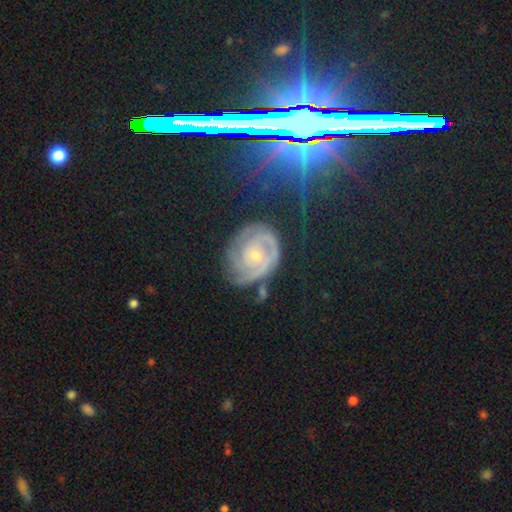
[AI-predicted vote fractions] This is likely a featured or disk galaxy (79%). It is clearly not viewed edge-on (97%). Bar: likely no (68%). Spiral arm pattern: clearly yes (95%). Spiral arm count: marginally 3 (28%). Spiral winding: likely tight (70%). Central bulge: likely small (65%). Merging: likely none (64%).